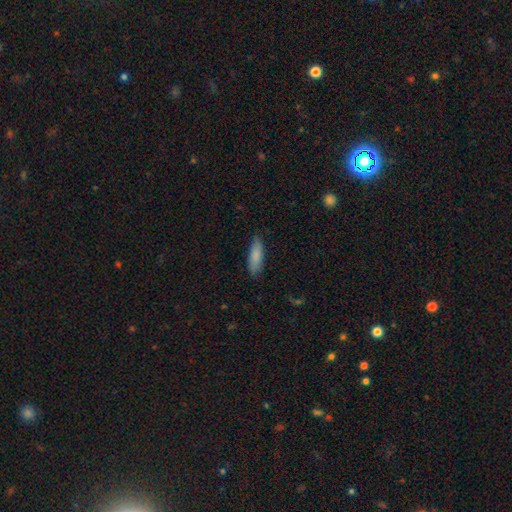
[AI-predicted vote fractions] Smooth or featured? Predicted: smooth (p=0.83). How rounded? Predicted: cigar-shaped (p=0.52). Merging? Predicted: none (p=0.82).